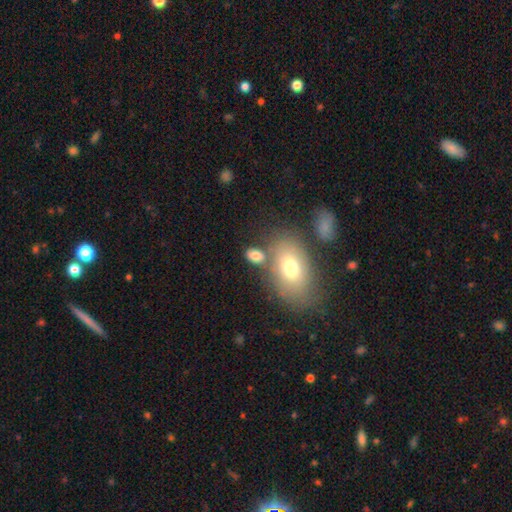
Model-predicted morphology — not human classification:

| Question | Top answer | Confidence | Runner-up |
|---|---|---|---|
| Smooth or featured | smooth | 78% | featured or disk (12%) |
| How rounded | in between | 84% | round (14%) |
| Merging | none | 62% | merger (18%) |